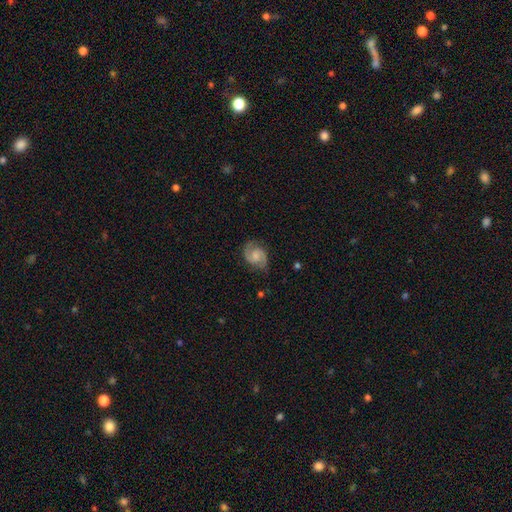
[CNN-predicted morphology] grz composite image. It shows a featured or disk galaxy (85%) with no bar (53%), 2 (93%) medium (56%) spiral arms (98%) and a moderate central bulge (36%). Merging: none (80%).